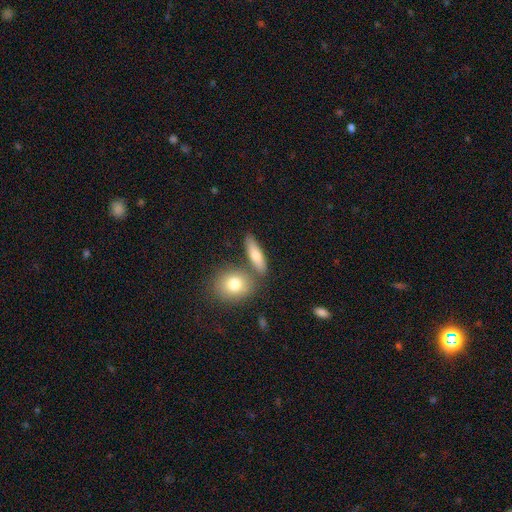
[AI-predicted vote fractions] This appears to be a smooth galaxy with no disk features (66%) that is cigar-shaped (47%). Merging: none (70%).